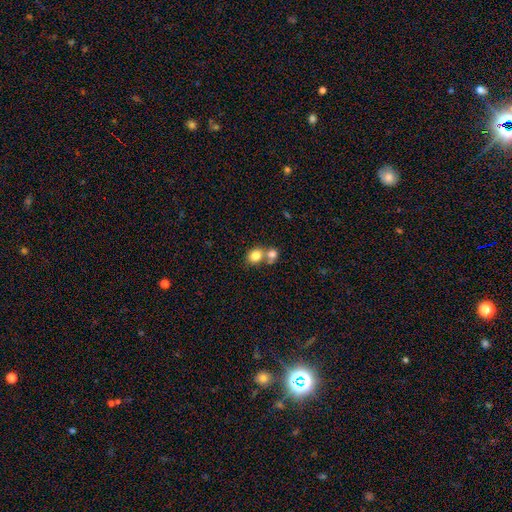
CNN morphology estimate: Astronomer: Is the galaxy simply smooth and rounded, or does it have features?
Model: smooth — 81%.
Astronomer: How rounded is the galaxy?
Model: round — 64%.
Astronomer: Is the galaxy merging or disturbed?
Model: merger — 51% (runner-up: none, 39%).